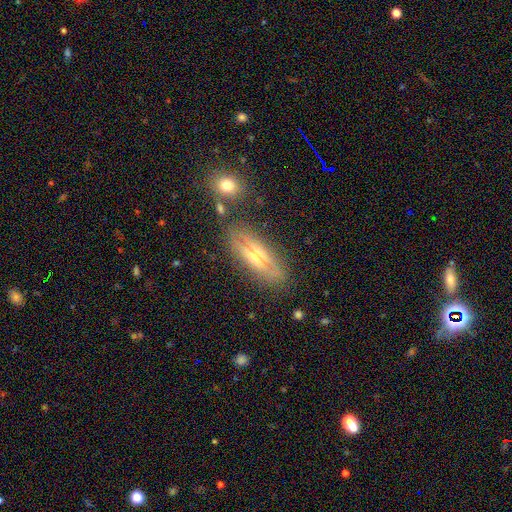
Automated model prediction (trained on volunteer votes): This is likely a featured or disk galaxy (67%). It is clearly viewed edge-on (82%). Edge-on bulge: likely rounded (78%). Merging: likely none (80%).